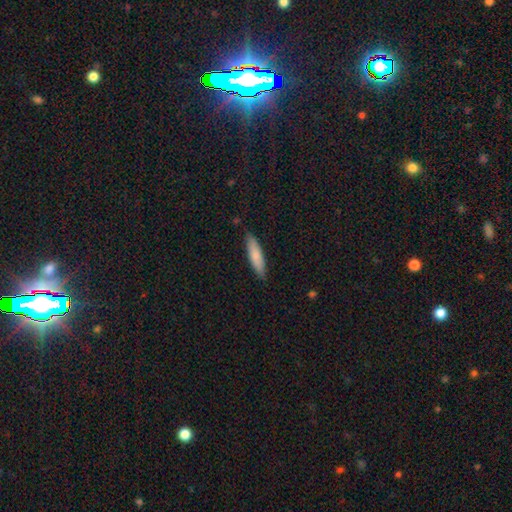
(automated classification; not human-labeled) A smooth galaxy with no disk features (76%) that is cigar-shaped (73%). Merging: none (84%).